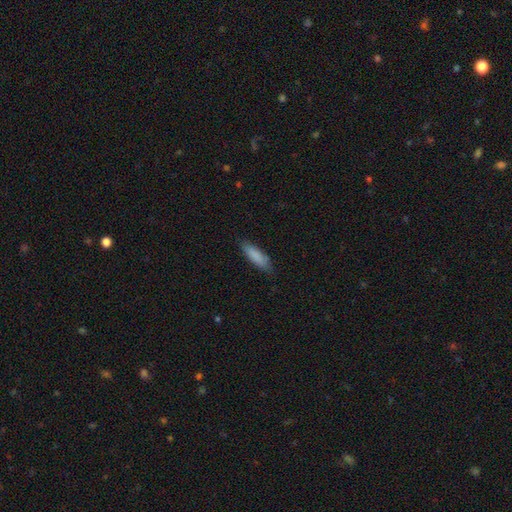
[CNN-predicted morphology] A smooth galaxy with no disk features (86%) that is cigar-shaped (55%).

Vote fractions:
- Smooth or featured? smooth: 86% / featured or disk: 8% / star or artifact: 6%
- How rounded? cigar-shaped: 55% / in between: 43% / round: 1%
- Merging? none: 80% / minor disturbance: 16% / major disturbance: 3% / merger: 1%